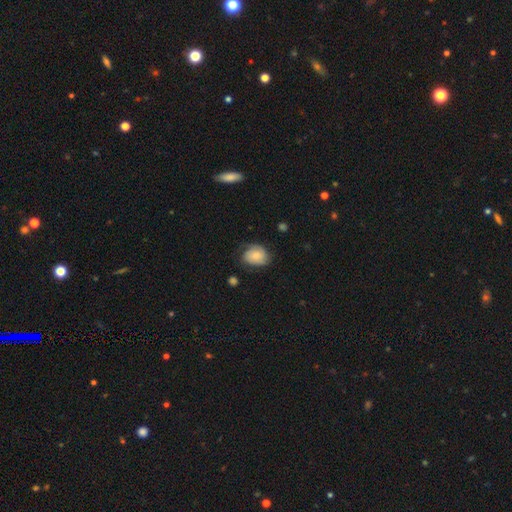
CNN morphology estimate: Smooth or featured: smooth — 70% (featured or disk — 22%)
How rounded: in between — 61% (round — 38%)
Merging: none — 54% (minor disturbance — 32%)